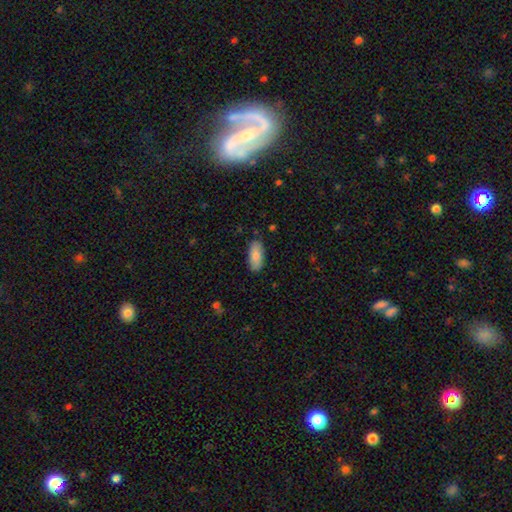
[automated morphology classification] Smooth or featured?
  - smooth: 83% *
  - featured or disk: 11%
  - star or artifact: 6%
How rounded?
  - in between: 86% *
  - cigar-shaped: 12%
  - round: 2%
Merging?
  - none: 86% *
  - minor disturbance: 11%
  - major disturbance: 2%
  - merger: 1%